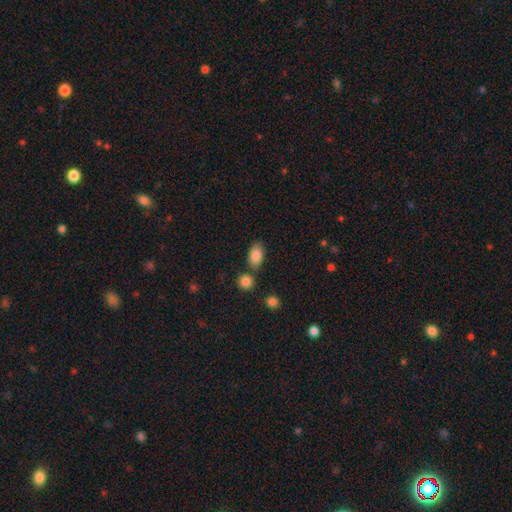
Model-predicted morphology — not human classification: Smooth or featured?
  - smooth: 86% *
  - star or artifact: 8%
  - featured or disk: 7%
How rounded?
  - in between: 88% *
  - round: 10%
  - cigar-shaped: 2%
Merging?
  - none: 71% *
  - minor disturbance: 14%
  - merger: 12%
  - major disturbance: 3%